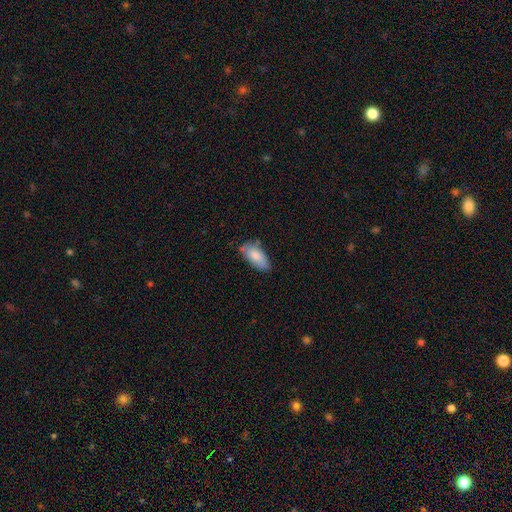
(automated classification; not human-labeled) Smooth or featured?
  - smooth: 83% *
  - featured or disk: 11%
  - star or artifact: 6%
How rounded?
  - in between: 90% *
  - cigar-shaped: 8%
  - round: 2%
Merging?
  - none: 64% *
  - minor disturbance: 28%
  - major disturbance: 5%
  - merger: 3%